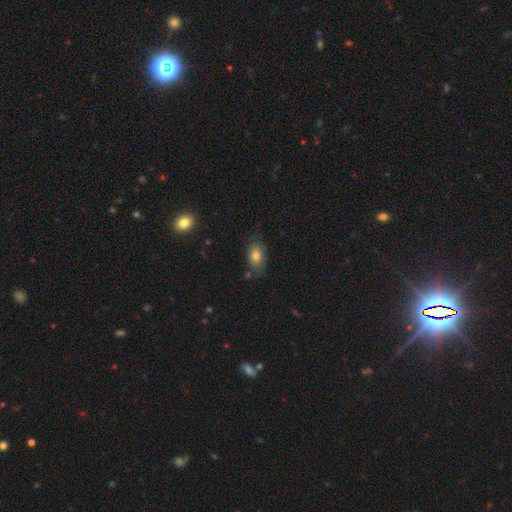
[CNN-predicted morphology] Overall: smooth (80%). How rounded: in between (88%). Merging: none (72%).